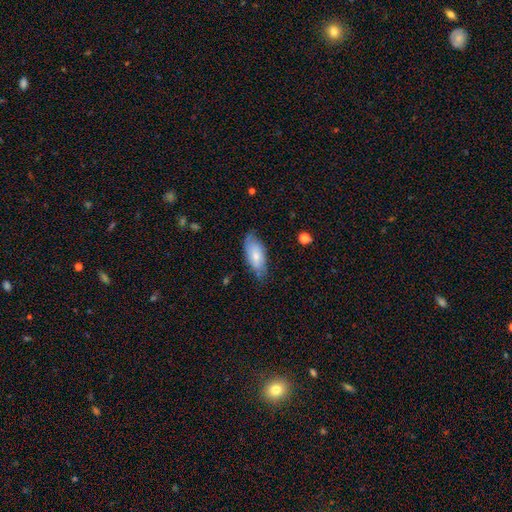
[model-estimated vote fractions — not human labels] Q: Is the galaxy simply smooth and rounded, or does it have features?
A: smooth — 63%.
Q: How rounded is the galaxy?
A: in between — 88%.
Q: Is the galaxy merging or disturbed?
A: none — 67%.